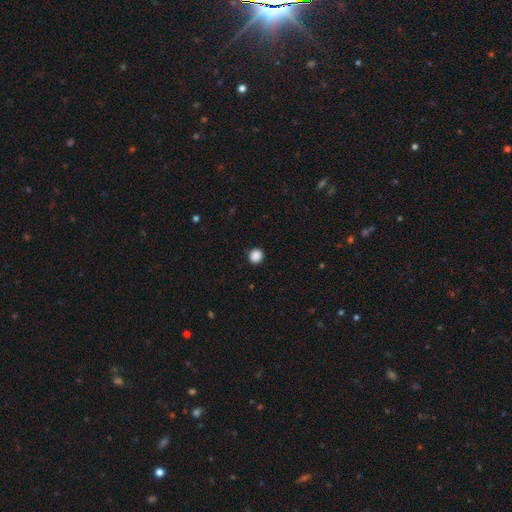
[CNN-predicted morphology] A smooth galaxy with no disk features (88%) that is round (86%).

Vote fractions:
- Smooth or featured? smooth: 88% / star or artifact: 10% / featured or disk: 2%
- How rounded? round: 86% / in between: 13% / cigar-shaped: 1%
- Merging? none: 91% / minor disturbance: 6% / major disturbance: 2% / merger: 1%